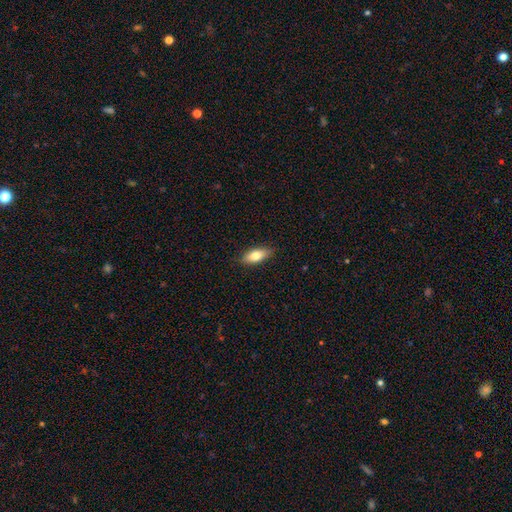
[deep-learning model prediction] The model was most divided on "smooth or featured": smooth: 77%, featured or disk: 17%, star or artifact: 7%. More confident: merging — none (87%); how rounded — in between (79%).